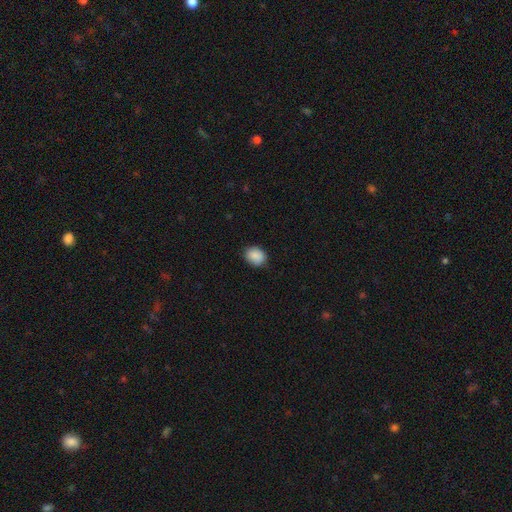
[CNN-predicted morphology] This appears to be a smooth galaxy with no disk features (89%) that is in between round and cigar-shaped (50%). Merging: none (84%).